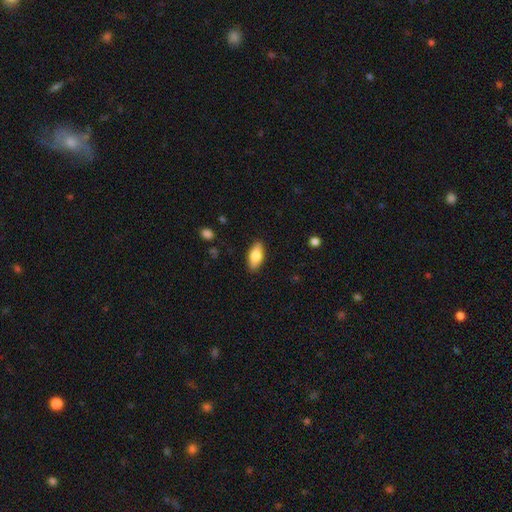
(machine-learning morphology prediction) smooth 77%, featured or disk 17%, star or artifact 6%. Down the decision tree: how rounded — in between (86%); merging — none (88%).